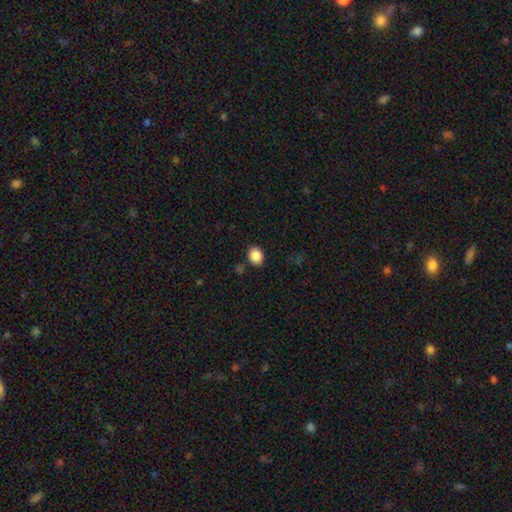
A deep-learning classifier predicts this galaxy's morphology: A smooth galaxy with no disk features (87%) that is round (55%).

Vote fractions:
- Smooth or featured? smooth: 87% / star or artifact: 9% / featured or disk: 4%
- How rounded? round: 55% / in between: 44% / cigar-shaped: 1%
- Merging? none: 84% / minor disturbance: 10% / merger: 3% / major disturbance: 3%